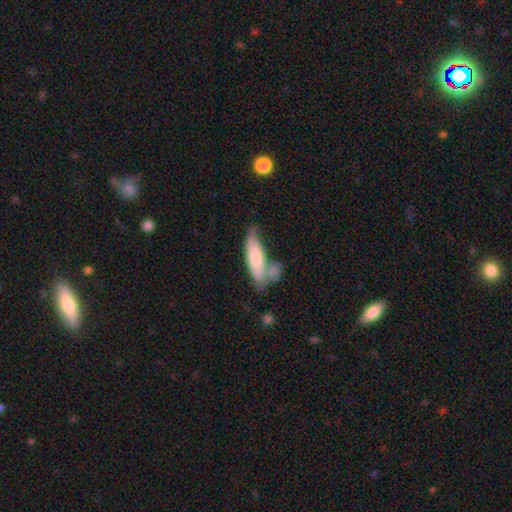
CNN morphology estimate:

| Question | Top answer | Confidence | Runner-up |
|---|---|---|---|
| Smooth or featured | smooth | 67% | featured or disk (26%) |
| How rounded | cigar-shaped | 58% | in between (40%) |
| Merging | none | 43% | merger (26%) |